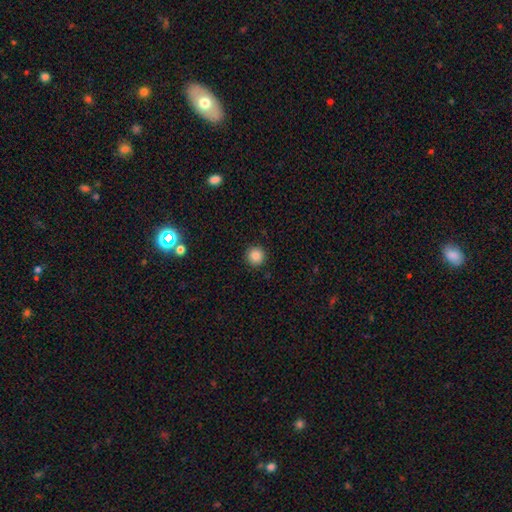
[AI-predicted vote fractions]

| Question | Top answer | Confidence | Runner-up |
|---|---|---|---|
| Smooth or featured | smooth | 87% | star or artifact (10%) |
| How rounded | round | 95% | in between (4%) |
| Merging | none | 92% | minor disturbance (5%) |